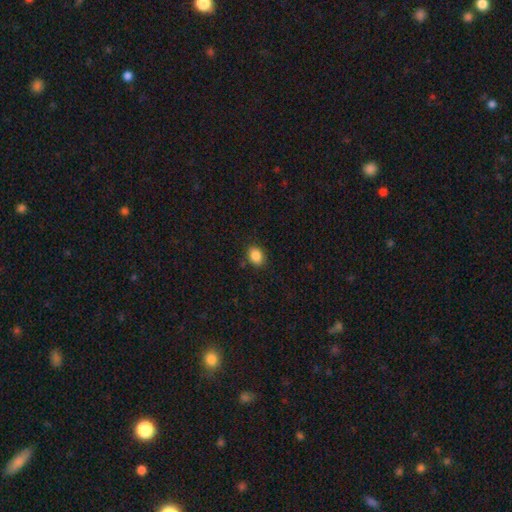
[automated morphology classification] The model was most divided on "how rounded": in between: 62%, round: 37%, cigar-shaped: 1%. More confident: smooth or featured — smooth (87%); merging — none (86%).